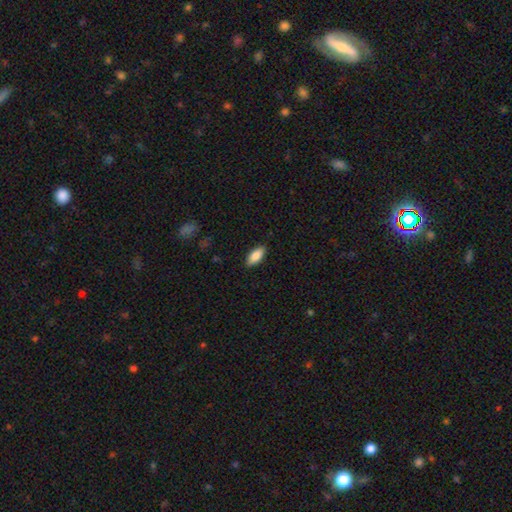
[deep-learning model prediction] Morphology: type=smooth (85%); roundness=in between (84%); merging=none (88%).